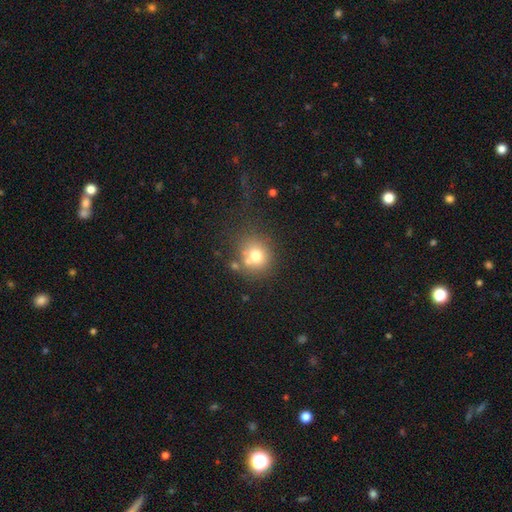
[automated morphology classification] Q: Smooth or featured?
A: smooth (71%); runner-up: featured or disk (15%)
Q: How rounded?
A: round (83%); runner-up: in between (16%)
Q: Merging?
A: none (62%); runner-up: merger (18%)